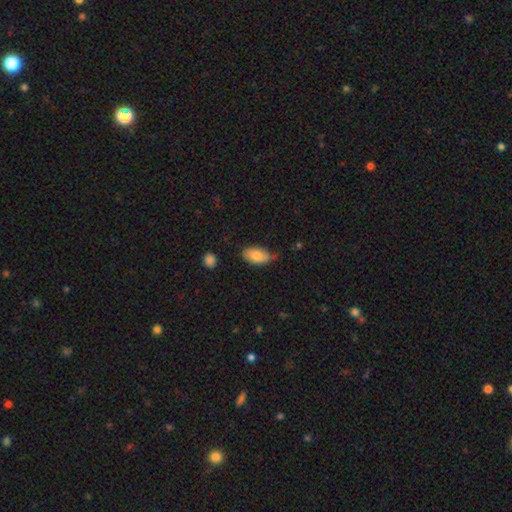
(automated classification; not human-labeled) A smooth galaxy with no disk features (81%) that is in between round and cigar-shaped (94%).

Vote fractions:
- Smooth or featured? smooth: 81% / featured or disk: 12% / star or artifact: 7%
- How rounded? in between: 94% / round: 4% / cigar-shaped: 2%
- Merging? none: 54% / minor disturbance: 35% / major disturbance: 7% / merger: 3%